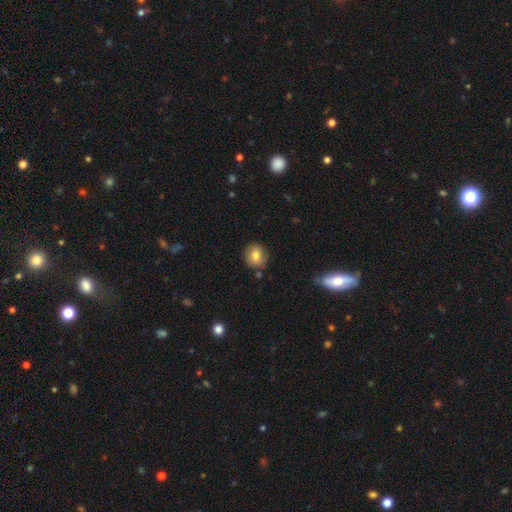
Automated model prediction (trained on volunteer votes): Overall: smooth (75%). How rounded: round (82%). Merging: none (81%).